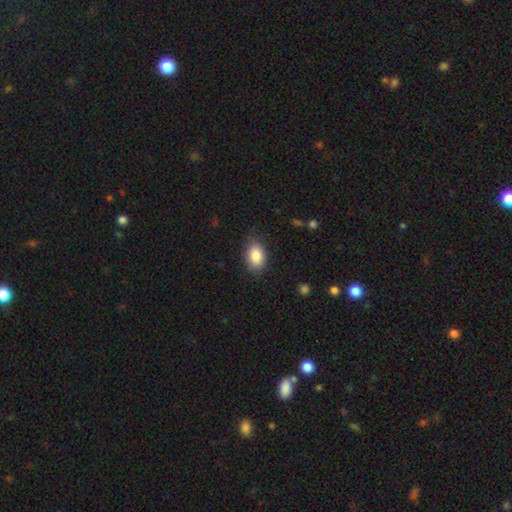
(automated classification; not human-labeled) A smooth galaxy with no disk features (87%) that is in between round and cigar-shaped (88%). Merging: none (80%).